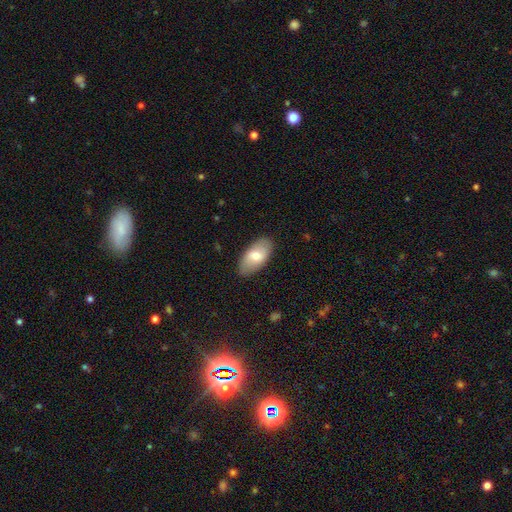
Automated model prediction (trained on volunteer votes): This appears to be a smooth galaxy with no disk features (70%) that is in between round and cigar-shaped (94%). Merging: none (85%).